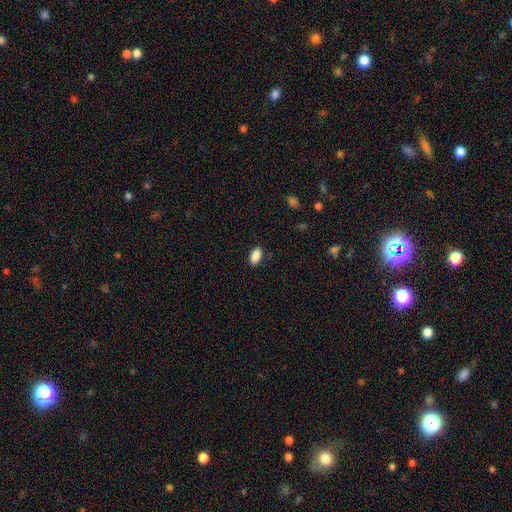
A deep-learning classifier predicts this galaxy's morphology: This appears to be a smooth galaxy with no disk features (89%) that is in between round and cigar-shaped (92%). Merging: none (86%).